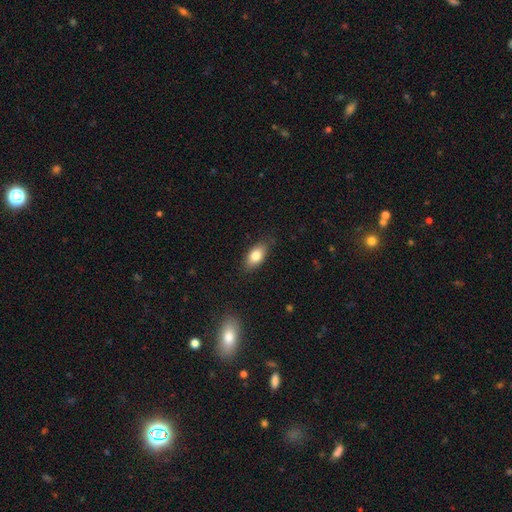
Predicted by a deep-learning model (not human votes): This is clearly a smooth galaxy (80%). How rounded: clearly in between (88%). Merging: clearly none (82%).